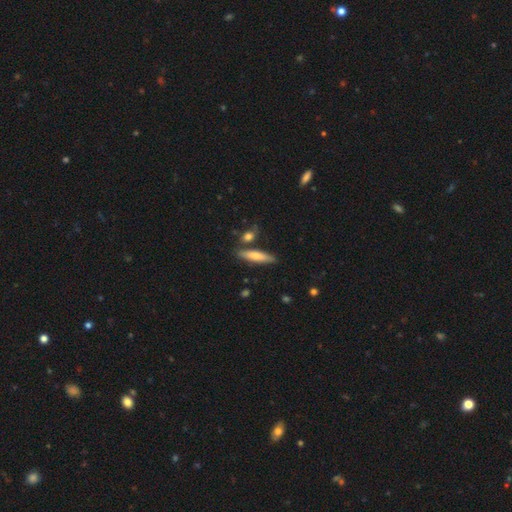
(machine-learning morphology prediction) Overall: smooth (71%). How rounded: cigar-shaped (80%). Merging: none (80%).